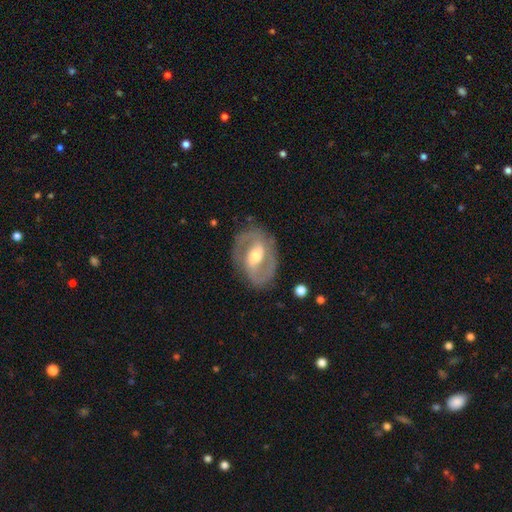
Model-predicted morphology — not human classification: smooth_or_featured: featured or disk (p=0.83) [alt: smooth p=0.12]
disk_edge_on: no (p=0.96) [alt: yes p=0.04]
bar: weak (p=0.44) [alt: strong p=0.36]
has_spiral_arms: yes (p=0.88) [alt: no p=0.12]
spiral_winding: medium (p=0.53) [alt: tight p=0.30]
spiral_arm_count: 2 (p=0.89) [alt: can't tell p=0.06]
bulge_size: moderate (p=0.67) [alt: small p=0.23]
merging: none (p=0.81) [alt: minor disturbance p=0.12]